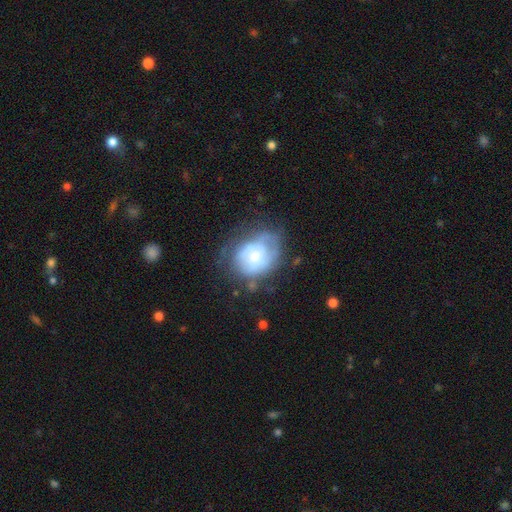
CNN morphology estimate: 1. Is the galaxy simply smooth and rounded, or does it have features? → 60% featured or disk, 33% smooth, 8% star or artifact.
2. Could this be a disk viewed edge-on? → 97% no, 3% yes.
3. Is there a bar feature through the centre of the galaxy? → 65% no, 30% weak, 5% strong.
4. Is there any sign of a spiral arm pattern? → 64% yes, 36% no.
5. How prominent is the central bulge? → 44% moderate, 43% small, 7% large, 5% none, 1% dominant.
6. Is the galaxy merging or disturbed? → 47% none, 28% minor disturbance, 20% major disturbance, 4% merger.